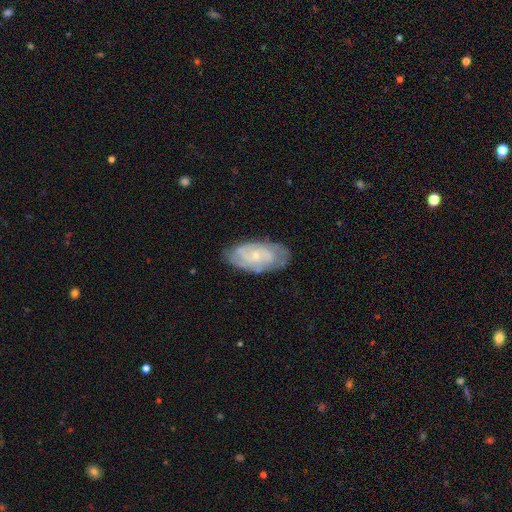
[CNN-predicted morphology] A featured or disk galaxy (74%) with no bar (67%), 2 (37%) tight (57%) spiral arms (90%) and a small central bulge (75%).

Vote fractions:
- Smooth or featured? featured or disk: 74% / smooth: 20% / star or artifact: 6%
- Edge-on disk? no: 95% / yes: 5%
- Bar? no: 67% / weak: 28% / strong: 5%
- Spiral arms? yes: 90% / no: 10%
- Spiral winding? tight: 57% / medium: 34% / loose: 9%
- Spiral arm count? 2: 37% / can't tell: 35% / 3: 15% / 4: 6% / 1: 4% / more than 4: 4%
- Bulge size? small: 75% / moderate: 20% / none: 3% / large: 1% / dominant: 1%
- Merging? none: 76% / minor disturbance: 18% / major disturbance: 4% / merger: 1%